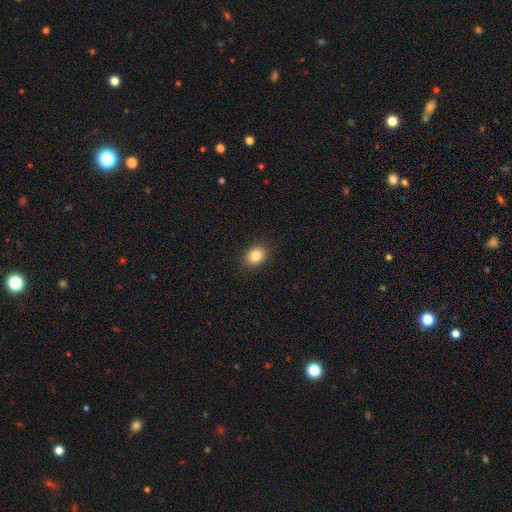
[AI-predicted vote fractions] Q: Smooth or featured?
A: smooth (84%); runner-up: star or artifact (10%)
Q: How rounded?
A: round (50%); runner-up: in between (49%)
Q: Merging?
A: none (89%); runner-up: minor disturbance (8%)